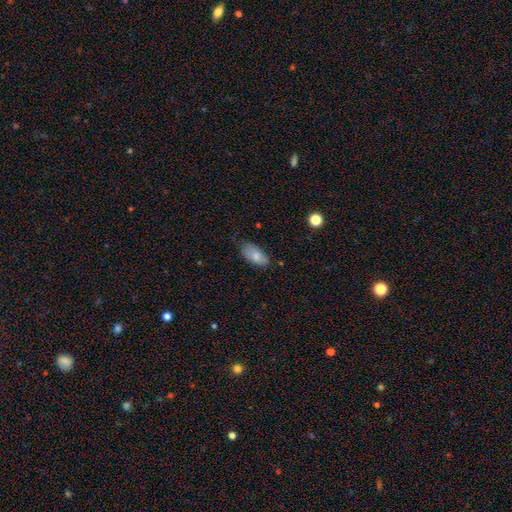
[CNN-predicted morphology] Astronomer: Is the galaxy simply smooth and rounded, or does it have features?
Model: smooth — 80%.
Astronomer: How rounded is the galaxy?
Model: in between — 91%.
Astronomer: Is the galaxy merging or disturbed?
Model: none — 69%.